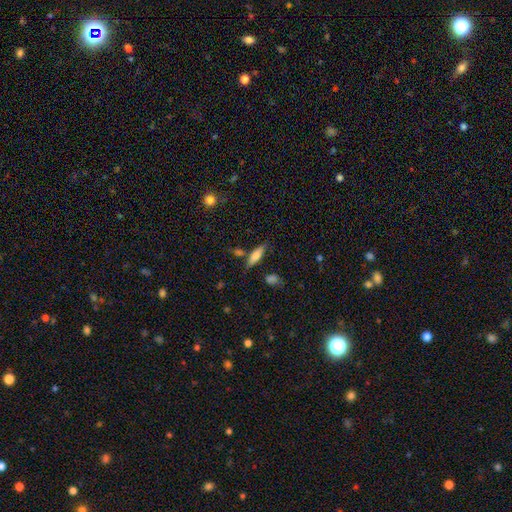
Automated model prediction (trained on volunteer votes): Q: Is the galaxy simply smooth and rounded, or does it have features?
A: smooth — 70%.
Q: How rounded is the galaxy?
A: cigar-shaped — 58%.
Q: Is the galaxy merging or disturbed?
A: none — 72%.